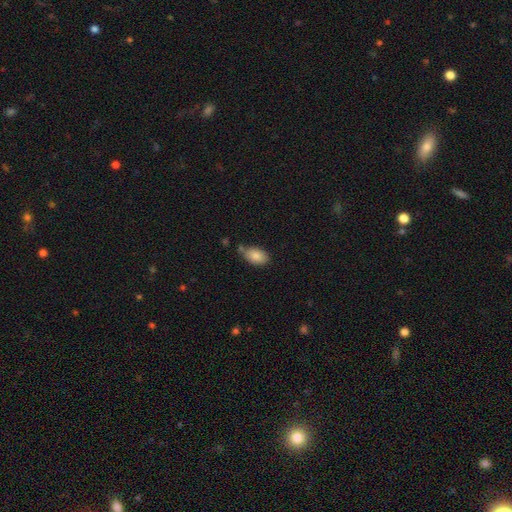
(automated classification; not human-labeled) Smooth or featured? Predicted: smooth (p=0.85). How rounded? Predicted: in between (p=0.91). Merging? Predicted: none (p=0.62).